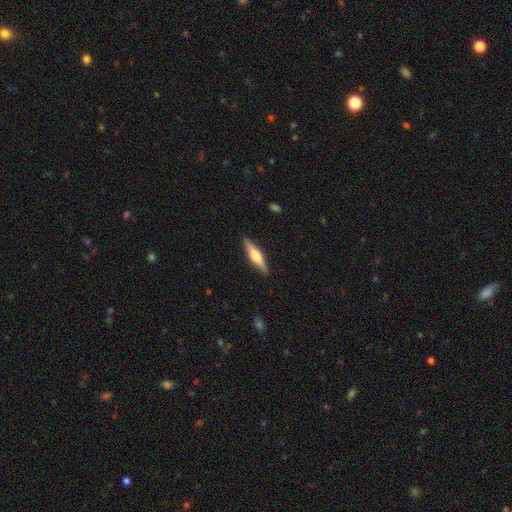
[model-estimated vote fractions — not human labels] Q: Smooth or featured?
A: featured or disk (62%); runner-up: smooth (33%)
Q: Edge-on disk?
A: yes (97%); runner-up: no (3%)
Q: Edge-on bulge?
A: rounded (88%); runner-up: boxy (9%)
Q: Merging?
A: none (90%); runner-up: minor disturbance (8%)